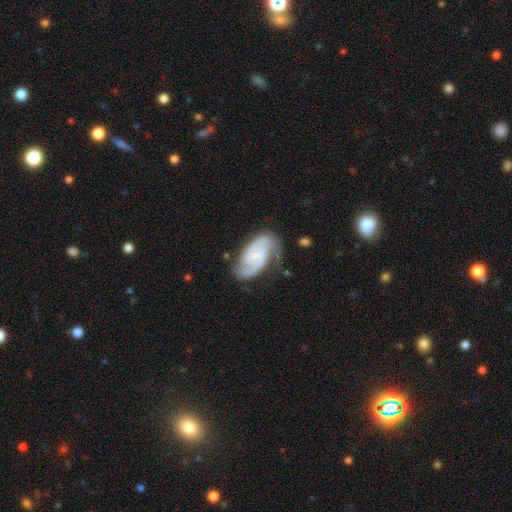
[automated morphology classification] Q: Smooth or featured?
A: featured or disk (84%); runner-up: smooth (11%)
Q: Edge-on disk?
A: no (97%); runner-up: yes (3%)
Q: Bar?
A: no (47%); runner-up: weak (41%)
Q: Spiral arms?
A: yes (97%); runner-up: no (3%)
Q: Spiral winding?
A: medium (49%); runner-up: tight (35%)
Q: Spiral arm count?
A: 2 (88%); runner-up: can't tell (5%)
Q: Bulge size?
A: small (57%); runner-up: none (26%)
Q: Merging?
A: none (66%); runner-up: minor disturbance (22%)